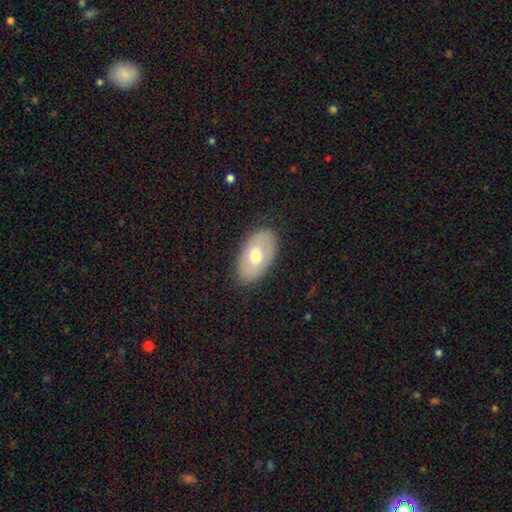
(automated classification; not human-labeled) This appears to be a smooth galaxy with no disk features (62%) that is in between round and cigar-shaped (92%). Merging: none (85%).